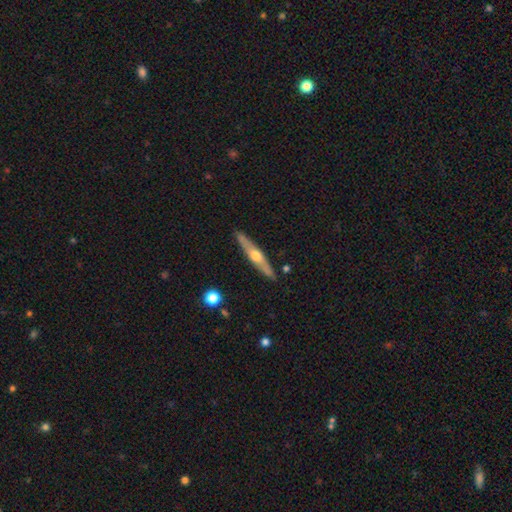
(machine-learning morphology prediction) Smooth or featured? Predicted: featured or disk (p=0.64). Edge-on disk? Predicted: yes (p=0.94). Edge-on bulge? Predicted: rounded (p=0.92). Merging? Predicted: none (p=0.89).